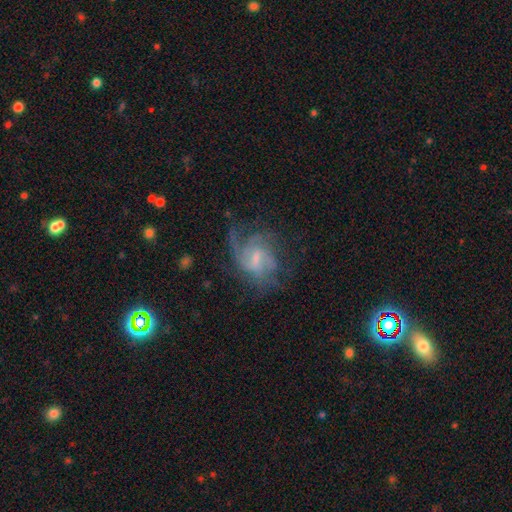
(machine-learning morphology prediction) featured or disk 77%, smooth 13%, star or artifact 10%. Down the decision tree: edge-on disk — no (97%); bar — weak (56%); spiral arms — yes (90%); spiral arm count — can't tell (33%); spiral winding — medium (44%); bulge size — small (46%); merging — none (54%).